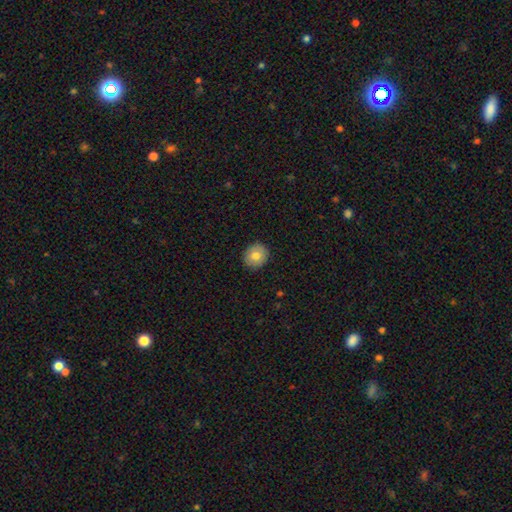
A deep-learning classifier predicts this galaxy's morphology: smooth 78%, featured or disk 13%, star or artifact 9%. Down the decision tree: how rounded — round (83%); merging — none (91%).